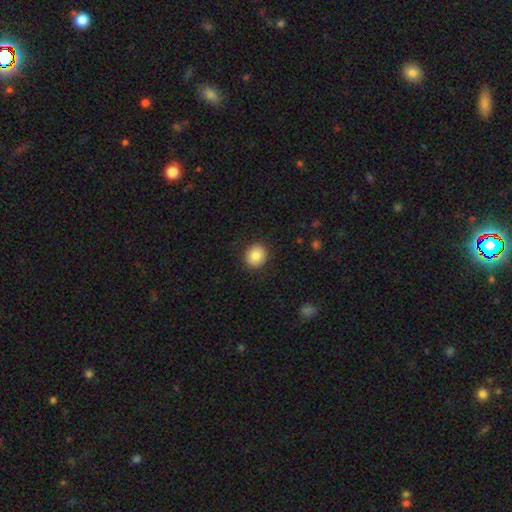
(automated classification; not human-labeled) smooth-or-featured: smooth: 83% | star or artifact: 9% | featured or disk: 8%
  how-rounded: round: 85% | in between: 14% | cigar-shaped: 1%
  merging: none: 91% | minor disturbance: 6% | major disturbance: 2% | merger: 1%